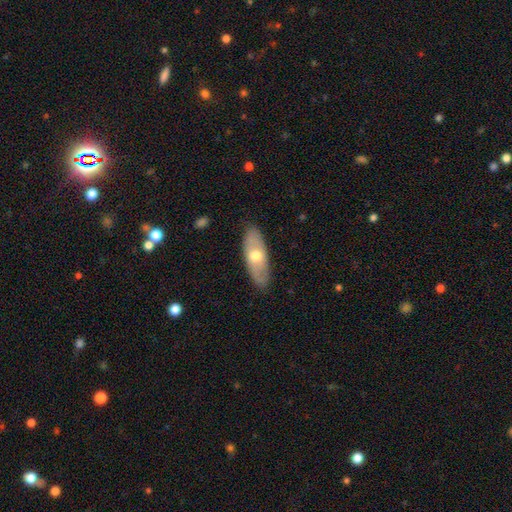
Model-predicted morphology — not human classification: Overall: smooth (53%; featured or disk 41%). How rounded: in between (73%). Merging: none (86%).